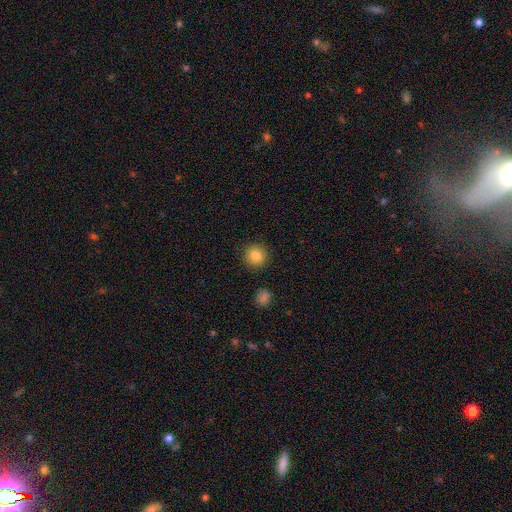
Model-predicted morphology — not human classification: Smooth or featured? smooth (84%)
How rounded? round (94%)
Merging? none (90%)